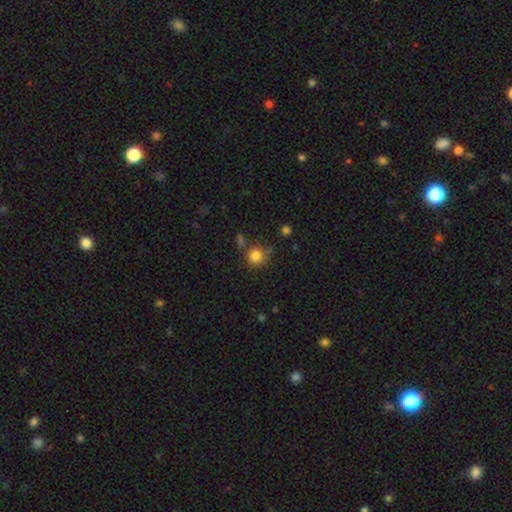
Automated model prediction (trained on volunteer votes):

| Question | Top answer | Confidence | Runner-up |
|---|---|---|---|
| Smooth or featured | smooth | 82% | star or artifact (12%) |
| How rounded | round | 88% | in between (11%) |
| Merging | none | 70% | minor disturbance (16%) |